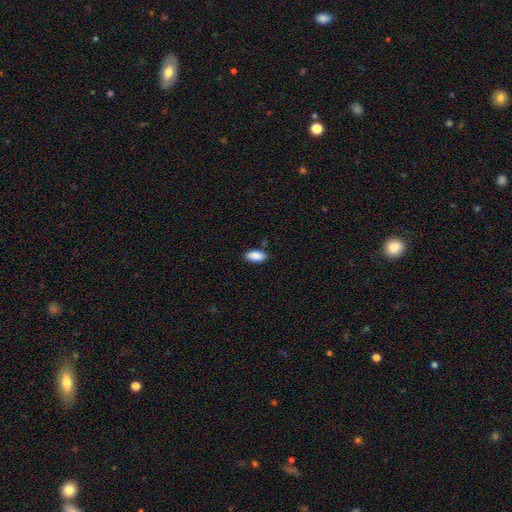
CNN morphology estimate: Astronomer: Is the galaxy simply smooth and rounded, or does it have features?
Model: smooth — 89%.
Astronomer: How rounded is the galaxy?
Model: in between — 92%.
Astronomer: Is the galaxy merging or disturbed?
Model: none — 83%.